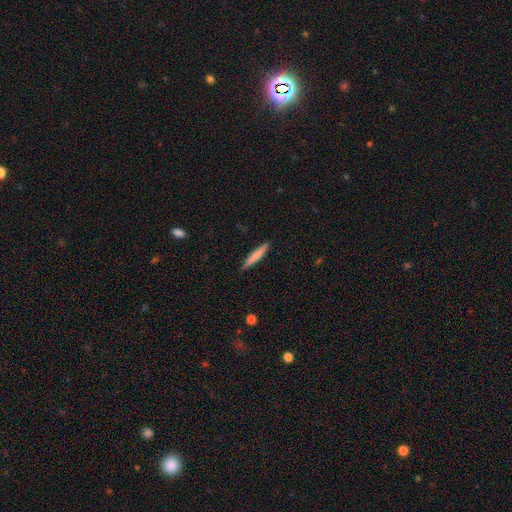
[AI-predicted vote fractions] Q: Smooth or featured?
A: smooth (73%); runner-up: featured or disk (21%)
Q: How rounded?
A: cigar-shaped (94%); runner-up: in between (5%)
Q: Merging?
A: none (90%); runner-up: minor disturbance (7%)